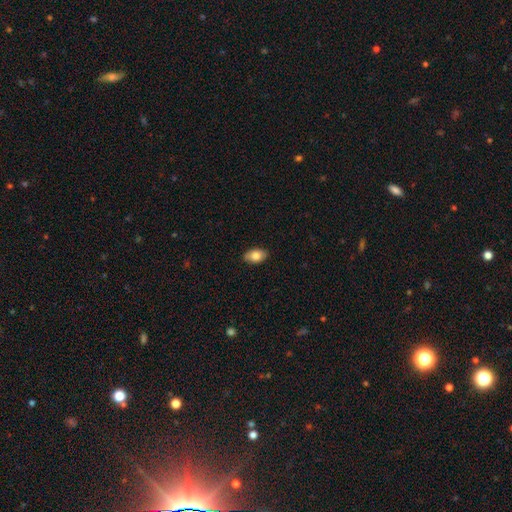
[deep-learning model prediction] Overall: smooth (82%). How rounded: in between (91%). Merging: none (87%).